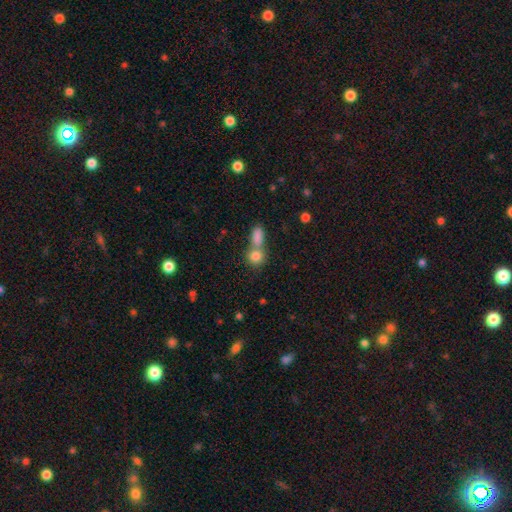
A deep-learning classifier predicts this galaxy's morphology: Overall: smooth (82%). How rounded: round (70%). Merging: merger (49%; none 40%).